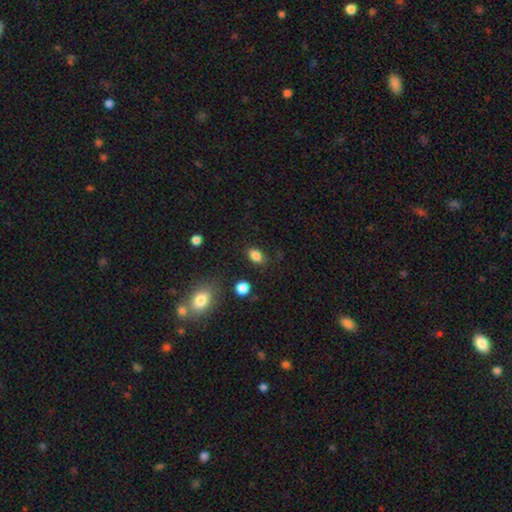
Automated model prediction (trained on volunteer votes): smooth-or-featured: smooth: 85% | star or artifact: 11% | featured or disk: 5%
  how-rounded: in between: 75% | round: 24% | cigar-shaped: 1%
  merging: none: 83% | minor disturbance: 12% | major disturbance: 3% | merger: 2%